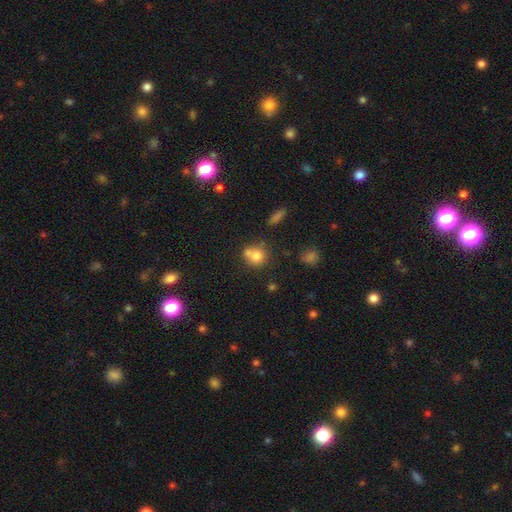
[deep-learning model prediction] Morphology: type=smooth (74%); roundness=round (80%); merging=none (43%).